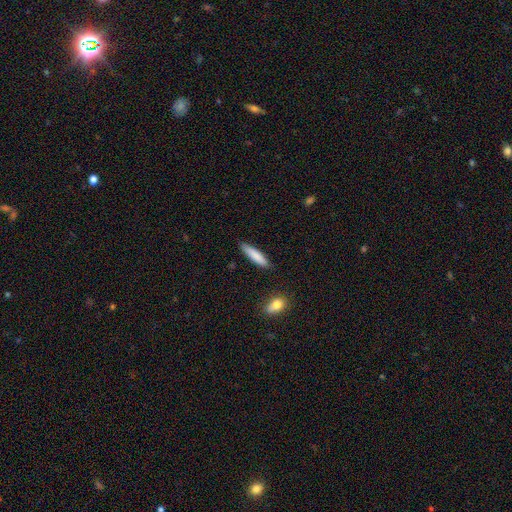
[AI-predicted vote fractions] Morphology: type=smooth (83%); roundness=cigar-shaped (79%); merging=none (84%).